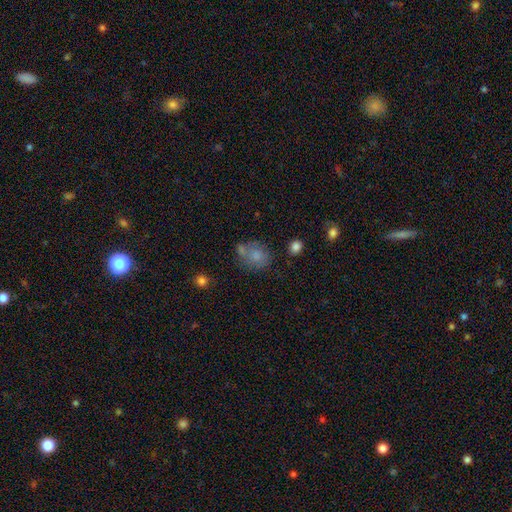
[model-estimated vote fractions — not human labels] Morphology: type=smooth (71%); roundness=round (52%); merging=none (47%).